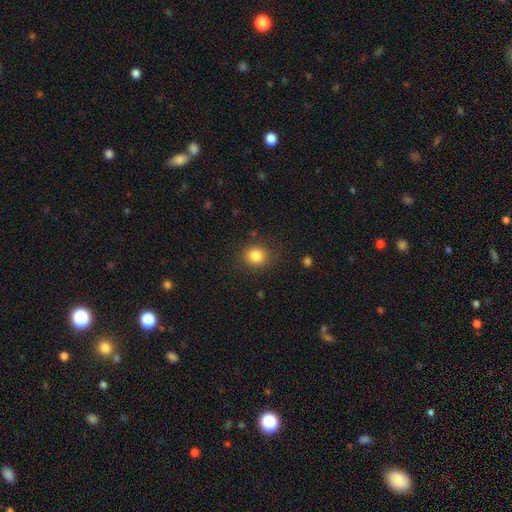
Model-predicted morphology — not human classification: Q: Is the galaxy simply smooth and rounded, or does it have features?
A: smooth — 84%.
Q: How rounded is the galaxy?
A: round — 75%.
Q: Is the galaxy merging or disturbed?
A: none — 85%.